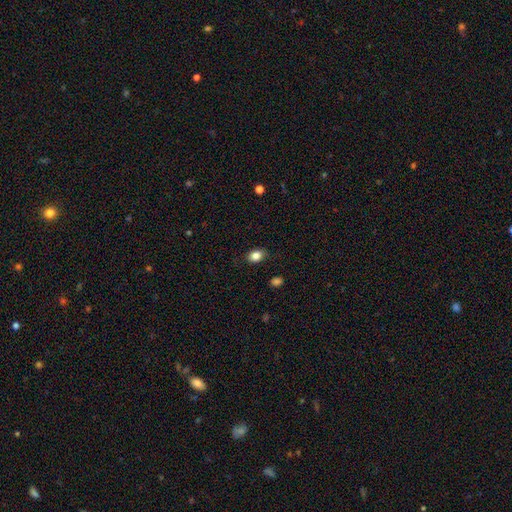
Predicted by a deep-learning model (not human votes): smooth-or-featured: smooth: 84% | star or artifact: 9% | featured or disk: 6%
  how-rounded: in between: 72% | round: 27% | cigar-shaped: 1%
  merging: none: 84% | minor disturbance: 12% | major disturbance: 3% | merger: 1%